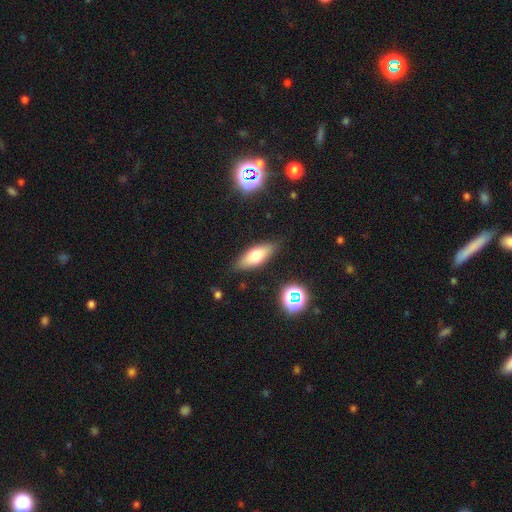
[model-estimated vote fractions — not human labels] Smooth or featured?
  - smooth: 67% *
  - featured or disk: 24%
  - star or artifact: 9%
How rounded?
  - in between: 73% *
  - cigar-shaped: 24%
  - round: 3%
Merging?
  - none: 84% *
  - minor disturbance: 11%
  - major disturbance: 3%
  - merger: 2%